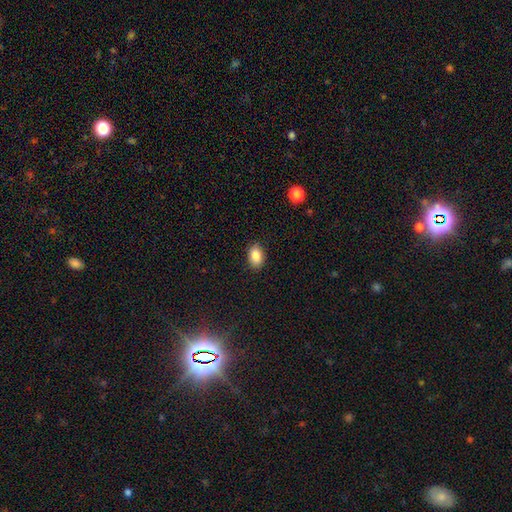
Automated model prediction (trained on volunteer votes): A smooth galaxy with no disk features (86%) that is in between round and cigar-shaped (85%).

Vote fractions:
- Smooth or featured? smooth: 86% / star or artifact: 8% / featured or disk: 5%
- How rounded? in between: 85% / round: 14% / cigar-shaped: 1%
- Merging? none: 88% / minor disturbance: 9% / major disturbance: 2% / merger: 1%